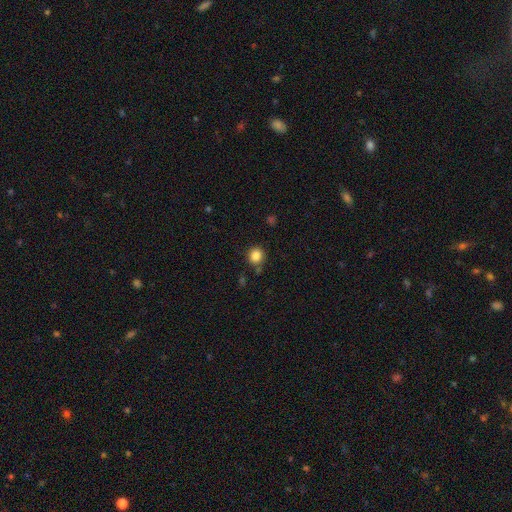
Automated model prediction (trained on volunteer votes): smooth_or_featured: smooth (p=0.85) [alt: star or artifact p=0.11]
how_rounded: round (p=0.88) [alt: in between p=0.11]
merging: none (p=0.81) [alt: minor disturbance p=0.11]